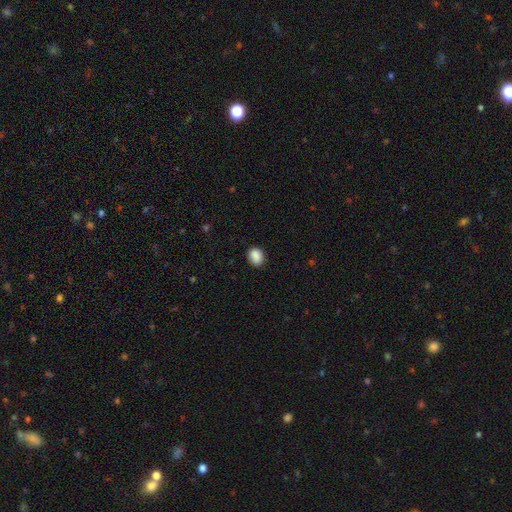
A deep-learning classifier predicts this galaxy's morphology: This is clearly a smooth galaxy (89%). How rounded: possibly round (51%). Merging: clearly none (86%).